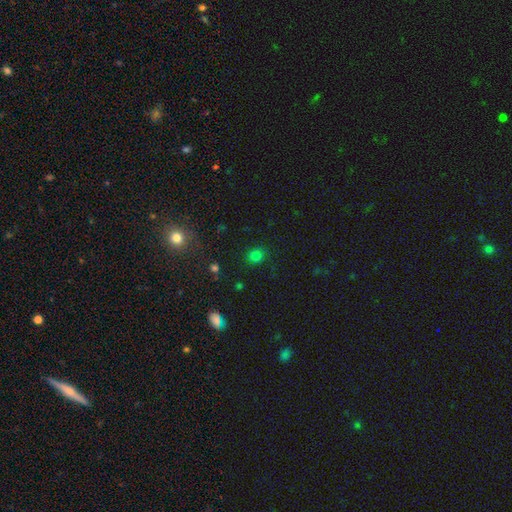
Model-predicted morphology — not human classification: smooth-or-featured: smooth: 77% | star or artifact: 19% | featured or disk: 4%
  how-rounded: round: 80% | in between: 19% | cigar-shaped: 1%
  merging: none: 85% | minor disturbance: 10% | major disturbance: 3% | merger: 2%